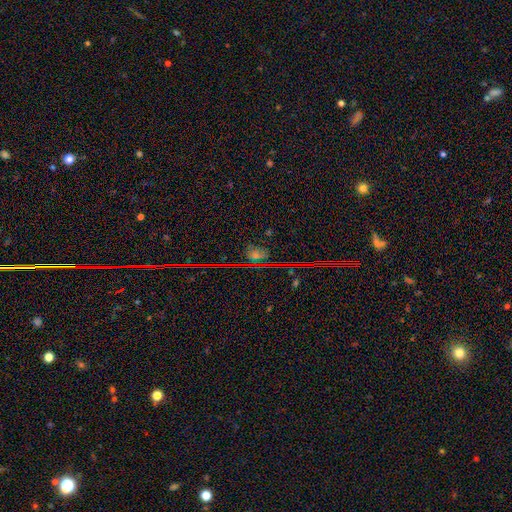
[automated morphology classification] This appears to be a star or artifact, not a galaxy (62%).